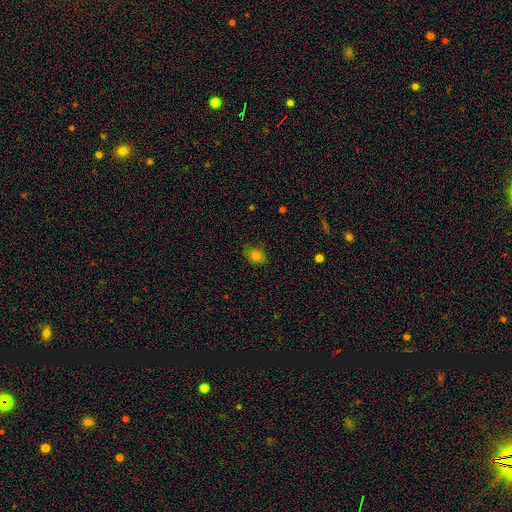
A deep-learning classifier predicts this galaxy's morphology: This appears to be a smooth galaxy with no disk features (79%) that is in between round and cigar-shaped (63%). Merging: none (74%).